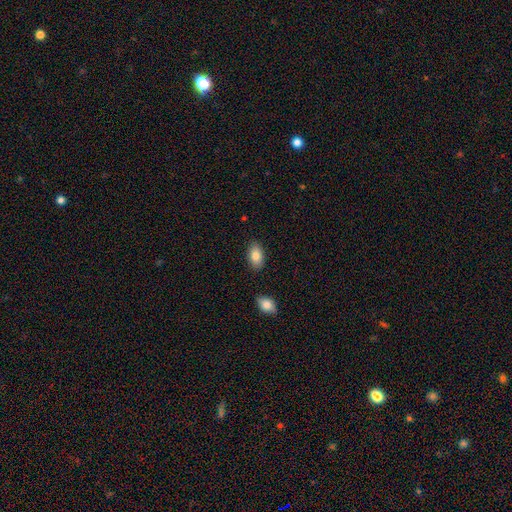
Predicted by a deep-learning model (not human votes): Smooth or featured? Predicted: smooth (p=0.84). How rounded? Predicted: in between (p=0.93). Merging? Predicted: none (p=0.86).